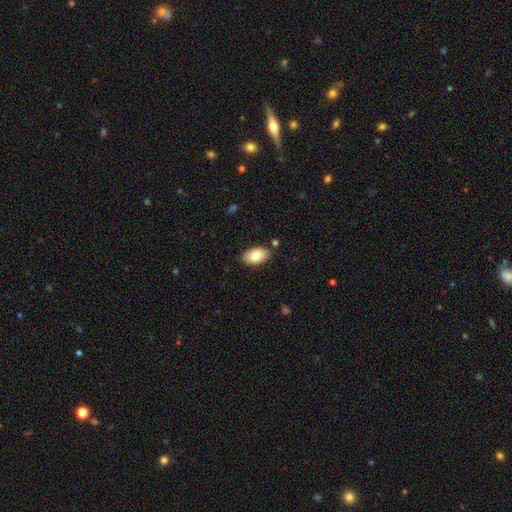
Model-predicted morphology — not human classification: Smooth or featured: smooth — 80% (featured or disk — 13%)
How rounded: in between — 94% (round — 5%)
Merging: none — 84% (minor disturbance — 11%)